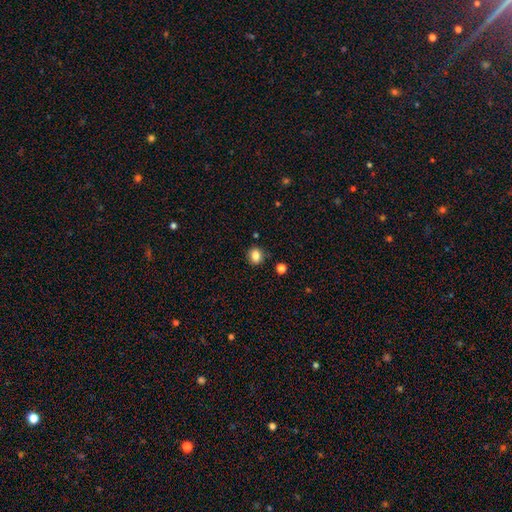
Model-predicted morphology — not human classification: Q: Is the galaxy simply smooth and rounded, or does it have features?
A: smooth — 83%.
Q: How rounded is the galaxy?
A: round — 61%.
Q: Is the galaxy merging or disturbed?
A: none — 85%.